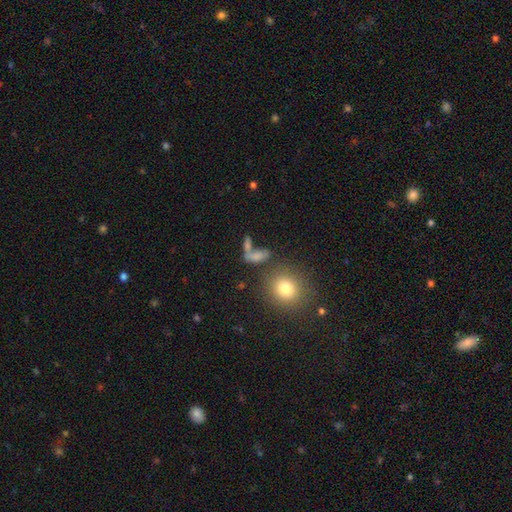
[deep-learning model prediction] A smooth galaxy with no disk features (67%) that is in between round and cigar-shaped (60%). Merging: none (40%).